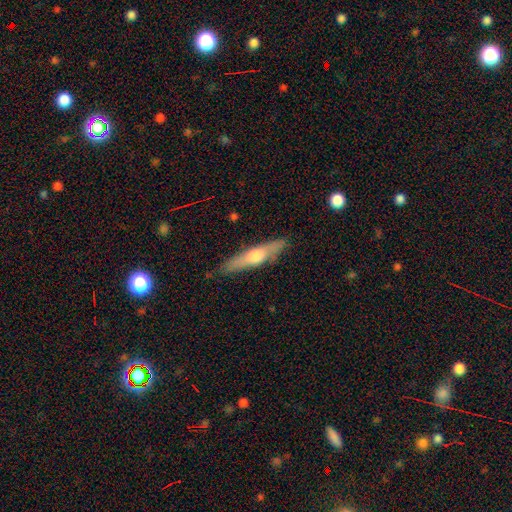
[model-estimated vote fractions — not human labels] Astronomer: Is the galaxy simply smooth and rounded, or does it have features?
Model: featured or disk — 53% (runner-up: smooth, 41%).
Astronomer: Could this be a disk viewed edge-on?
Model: yes — 91%.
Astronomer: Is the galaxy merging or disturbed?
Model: none — 85%.